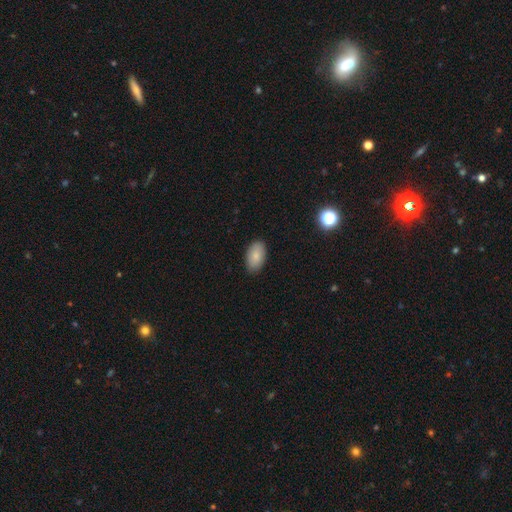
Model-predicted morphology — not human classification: Smooth or featured? smooth (84%)
How rounded? in between (93%)
Merging? none (88%)